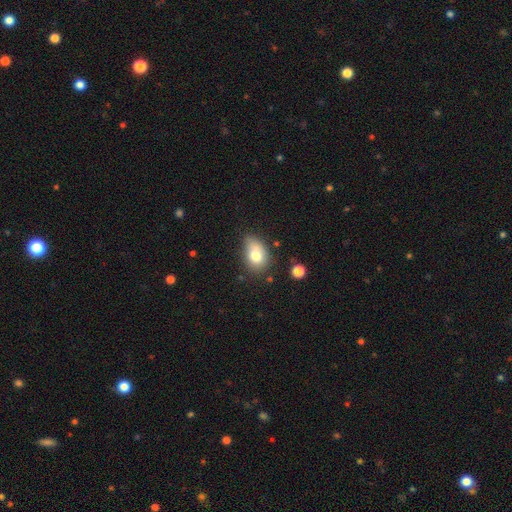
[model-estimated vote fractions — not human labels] A smooth galaxy with no disk features (77%) that is in between round and cigar-shaped (80%). Merging: none (48%).